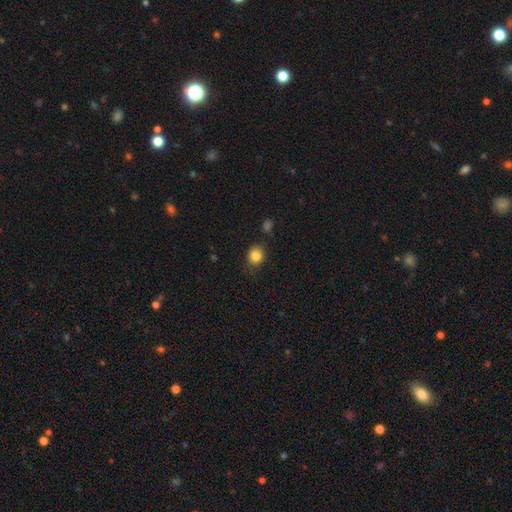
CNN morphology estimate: Smooth or featured: smooth — 84% (star or artifact — 10%)
How rounded: round — 64% (in between — 35%)
Merging: none — 78% (minor disturbance — 15%)